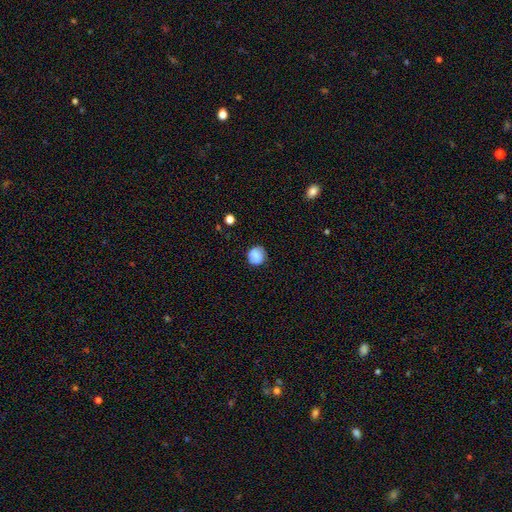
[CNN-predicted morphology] A smooth galaxy with no disk features (80%) that is round (86%).

Vote fractions:
- Smooth or featured? smooth: 80% / featured or disk: 11% / star or artifact: 9%
- How rounded? round: 86% / in between: 13% / cigar-shaped: 1%
- Merging? none: 81% / minor disturbance: 14% / major disturbance: 4% / merger: 1%